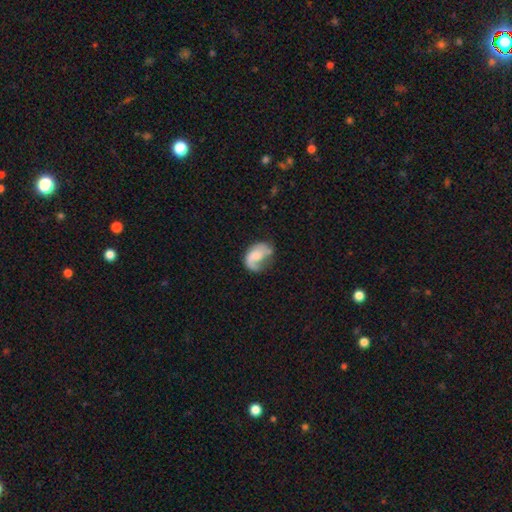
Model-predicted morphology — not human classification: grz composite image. It shows a featured or disk galaxy (57%) with no bar (67%), spiral arms (82%) and no central bulge (32%). Merging: none (37%).